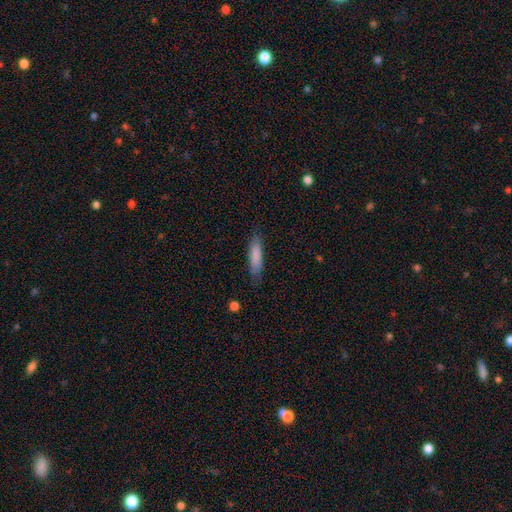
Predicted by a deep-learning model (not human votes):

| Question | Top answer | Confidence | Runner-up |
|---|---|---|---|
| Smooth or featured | smooth | 83% | featured or disk (11%) |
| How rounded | cigar-shaped | 75% | in between (24%) |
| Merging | none | 81% | minor disturbance (15%) |